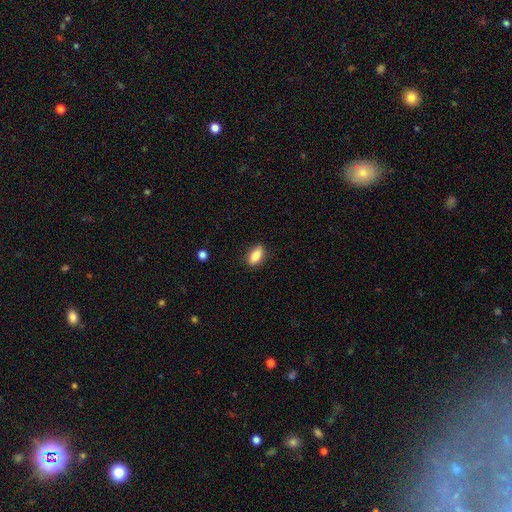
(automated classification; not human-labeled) This appears to be a smooth galaxy with no disk features (84%) that is in between round and cigar-shaped (86%). Merging: none (84%).